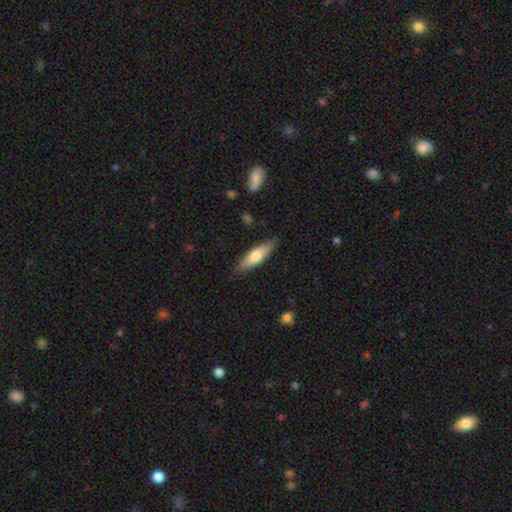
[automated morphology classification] Q: Smooth or featured?
A: smooth (63%); runner-up: featured or disk (32%)
Q: How rounded?
A: cigar-shaped (60%); runner-up: in between (39%)
Q: Merging?
A: none (84%); runner-up: minor disturbance (12%)